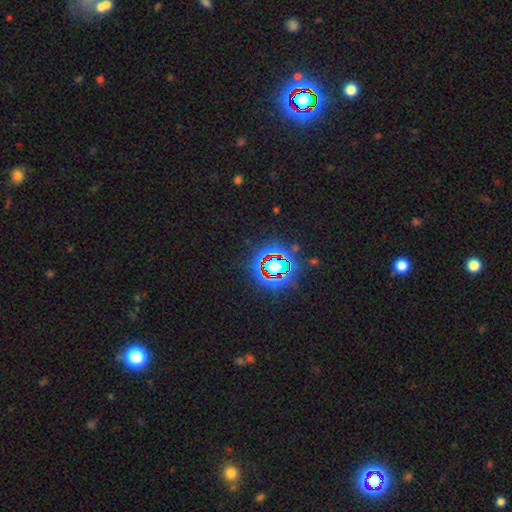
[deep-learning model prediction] Overall: star or artifact (81%).